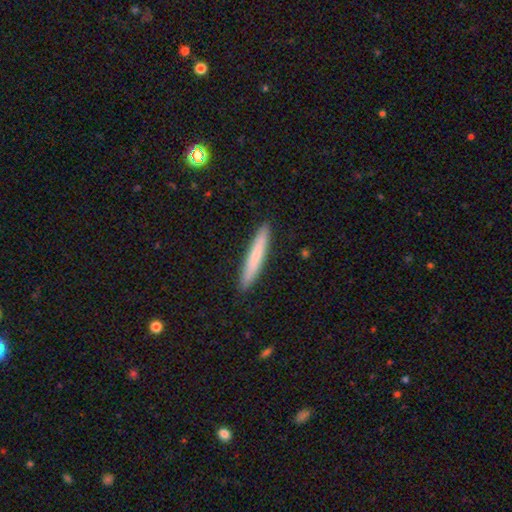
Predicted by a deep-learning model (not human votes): Q: Smooth or featured?
A: smooth (70%); runner-up: featured or disk (25%)
Q: How rounded?
A: cigar-shaped (94%); runner-up: in between (5%)
Q: Merging?
A: none (91%); runner-up: minor disturbance (6%)